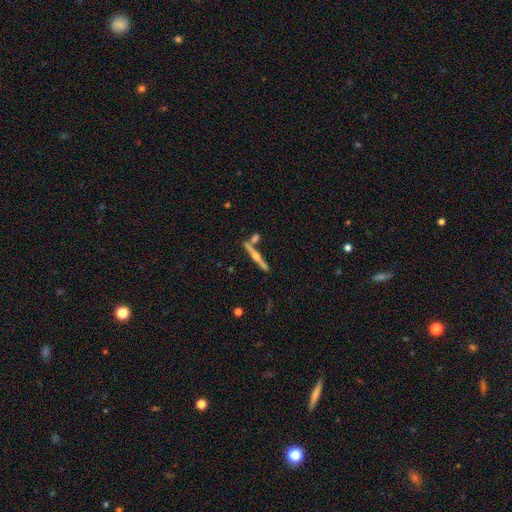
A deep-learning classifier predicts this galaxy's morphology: This appears to be a featured or disk galaxy (79%) viewed edge-on (98%) with a rounded central bulge (93%). Merging: none (79%).